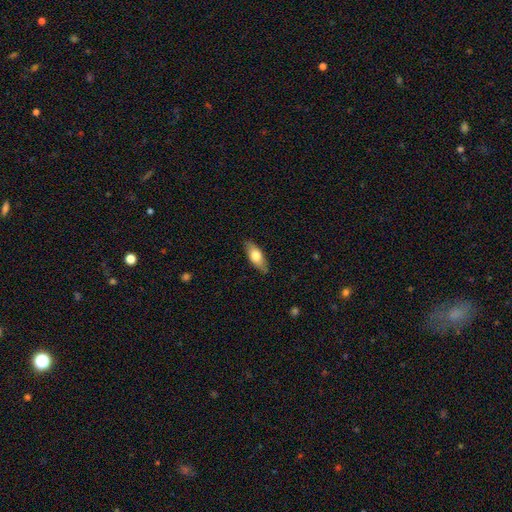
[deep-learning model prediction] Overall: smooth (68%). How rounded: in between (75%). Merging: none (85%).